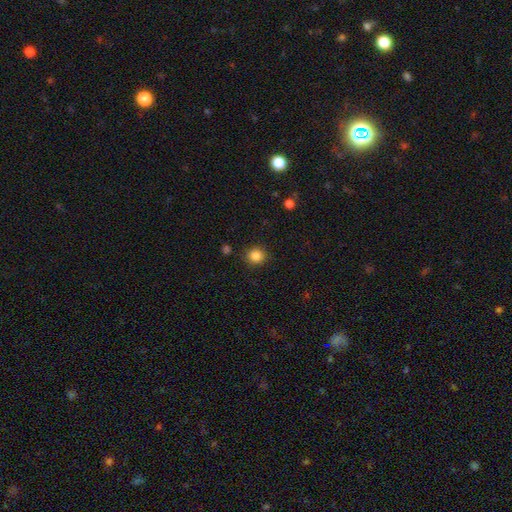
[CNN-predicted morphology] Smooth or featured: smooth — 85% (star or artifact — 11%)
How rounded: round — 88% (in between — 12%)
Merging: none — 89% (minor disturbance — 7%)